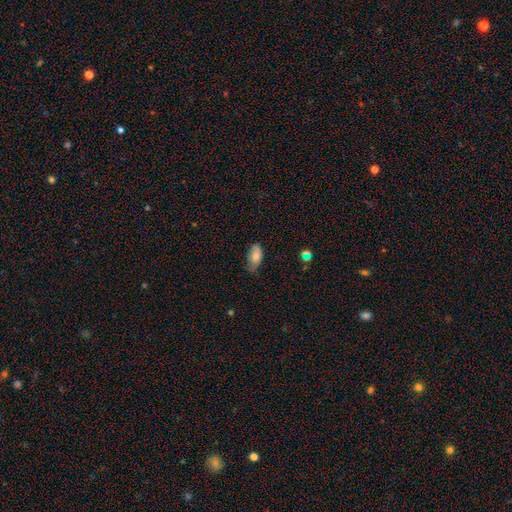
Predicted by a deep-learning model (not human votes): This is likely a smooth galaxy (80%). How rounded: clearly in between (91%). Merging: possibly none (56%).